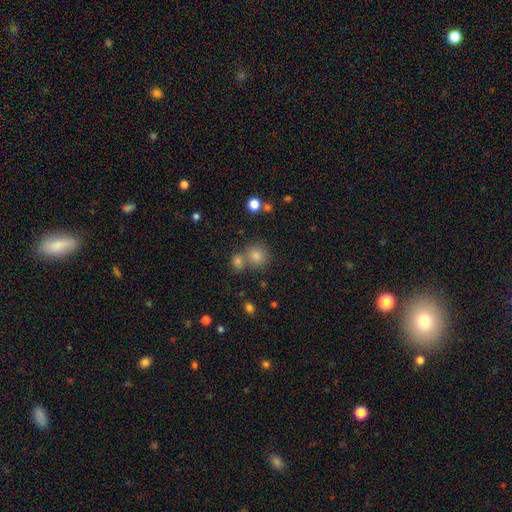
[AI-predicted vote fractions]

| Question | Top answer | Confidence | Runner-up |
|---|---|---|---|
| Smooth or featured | smooth | 73% | star or artifact (19%) |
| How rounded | round | 88% | in between (11%) |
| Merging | none | 62% | merger (28%) |